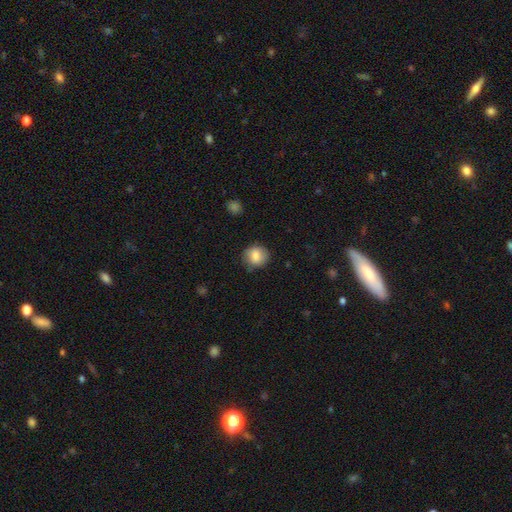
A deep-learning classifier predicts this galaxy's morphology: This appears to be a smooth galaxy with no disk features (83%) that is round (83%). Merging: none (79%).